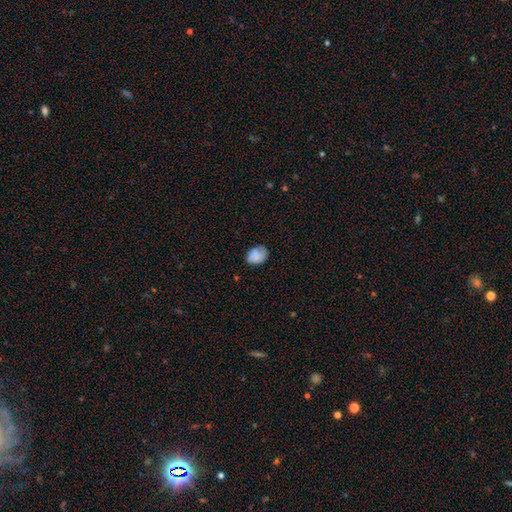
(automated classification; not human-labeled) smooth 81%, featured or disk 10%, star or artifact 9%. Down the decision tree: how rounded — in between (71%); merging — none (70%).